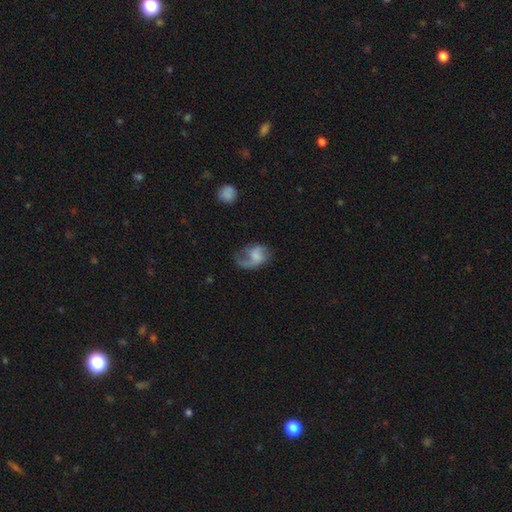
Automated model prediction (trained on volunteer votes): The model was most divided on "merging": none: 39%, major disturbance: 34%, minor disturbance: 23%, merger: 3%. Remaining: edge-on disk — no (97%); spiral arms — yes (84%); smooth or featured — featured or disk (59%); bar — no (58%); bulge size — none (45%).